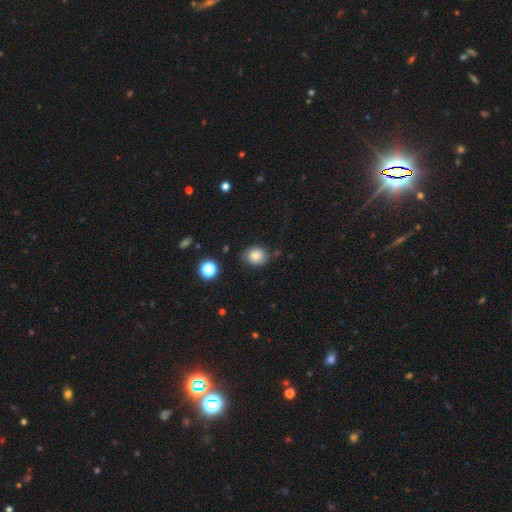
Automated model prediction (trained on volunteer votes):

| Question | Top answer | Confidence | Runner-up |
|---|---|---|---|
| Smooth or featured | smooth | 78% | star or artifact (11%) |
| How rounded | round | 63% | in between (36%) |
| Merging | none | 75% | minor disturbance (18%) |